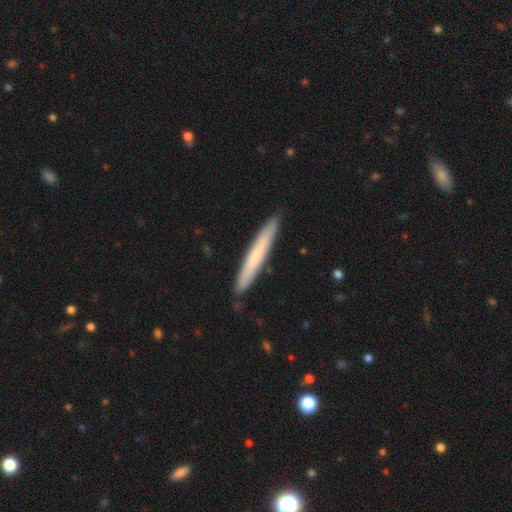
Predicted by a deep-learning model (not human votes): This appears to be a smooth galaxy with no disk features (64%) that is cigar-shaped (96%). Merging: none (90%).